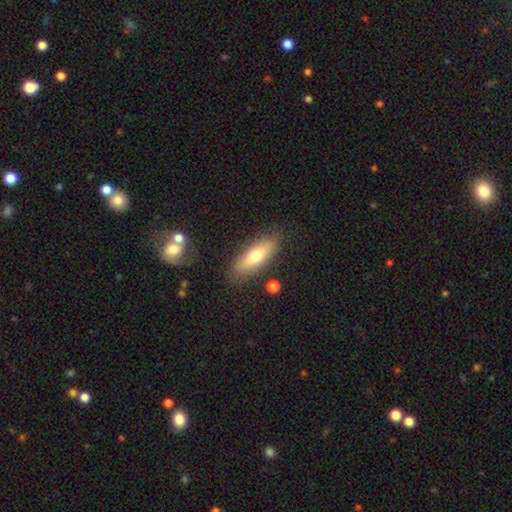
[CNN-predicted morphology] Smooth or featured?
  - smooth: 64% *
  - featured or disk: 29%
  - star or artifact: 7%
How rounded?
  - in between: 55% *
  - cigar-shaped: 42%
  - round: 3%
Merging?
  - none: 84% *
  - minor disturbance: 11%
  - major disturbance: 3%
  - merger: 2%